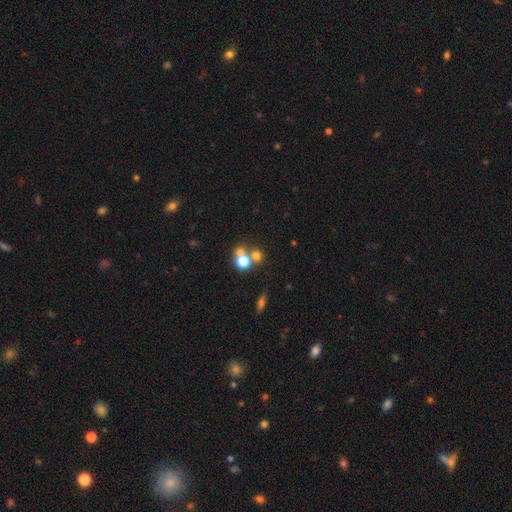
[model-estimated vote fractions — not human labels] smooth_or_featured: smooth (p=0.66) [alt: star or artifact p=0.20]
how_rounded: round (p=0.85) [alt: in between p=0.14]
merging: none (p=0.49) [alt: merger p=0.40]